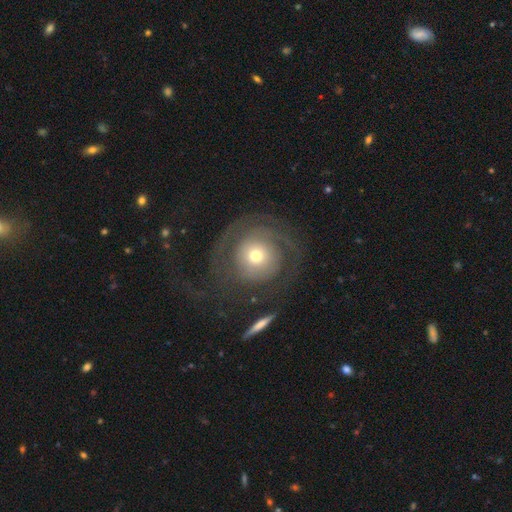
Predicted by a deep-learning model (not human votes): Smooth or featured?
  - featured or disk: 60% *
  - smooth: 32%
  - star or artifact: 8%
Edge-on disk?
  - no: 96% *
  - yes: 4%
Bar?
  - no: 84% *
  - weak: 12%
  - strong: 4%
Spiral arms?
  - yes: 73% *
  - no: 27%
Bulge size?
  - moderate: 47% *
  - small: 40%
  - large: 9%
  - dominant: 3%
  - none: 1%
Merging?
  - none: 63% *
  - major disturbance: 22%
  - minor disturbance: 12%
  - merger: 3%